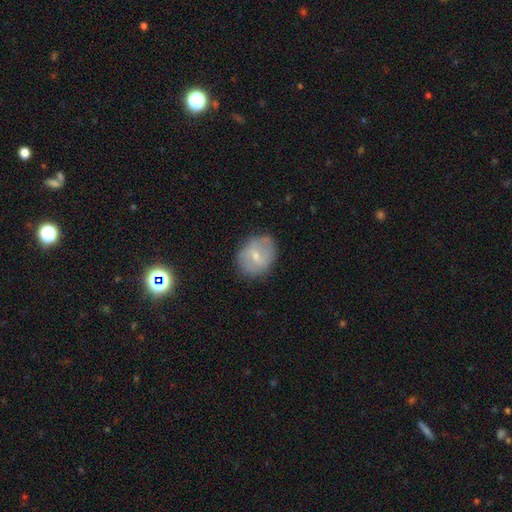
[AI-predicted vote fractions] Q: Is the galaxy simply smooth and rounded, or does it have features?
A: smooth — 52%.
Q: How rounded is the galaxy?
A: round — 52%.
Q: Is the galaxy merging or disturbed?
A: none — 74%.